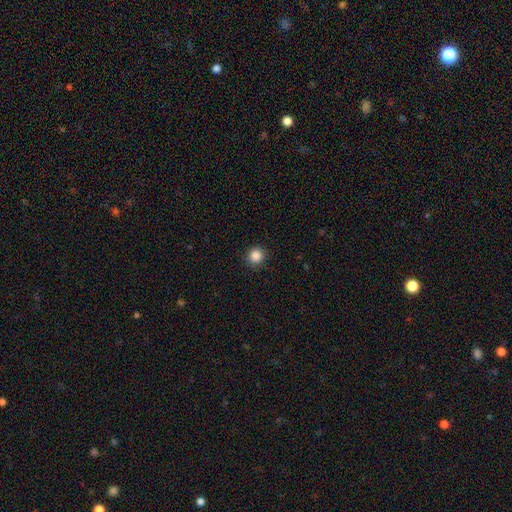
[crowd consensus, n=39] Smooth or featured?
  - smooth: 95% *
  - featured or disk: 3%
  - star or artifact: 3%
How rounded?
  - round: 92% *
  - in between: 5%
  - cigar-shaped: 3%
Merging?
  - none: 87% *
  - minor disturbance: 5%
  - major disturbance: 5%
  - merger: 3%